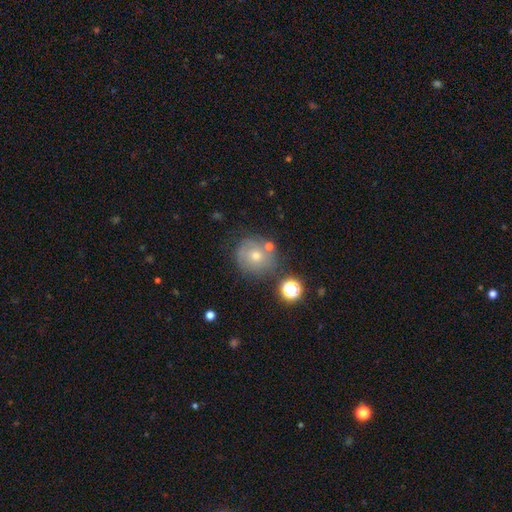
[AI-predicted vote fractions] A smooth galaxy with no disk features (51%) that is round (90%). Merging: none (69%).